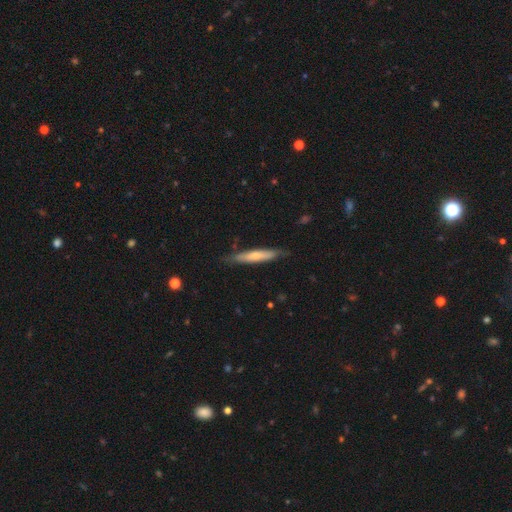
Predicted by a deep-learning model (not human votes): Smooth or featured? smooth (55%)
How rounded? cigar-shaped (89%)
Merging? none (77%)